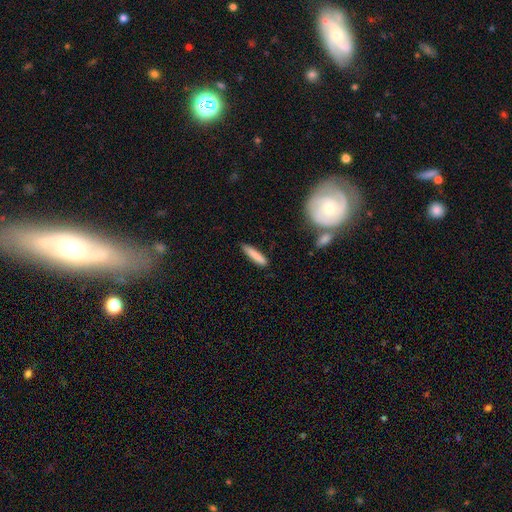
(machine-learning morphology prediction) type=smooth (83%); roundness=cigar-shaped (88%); merging=none (84%).